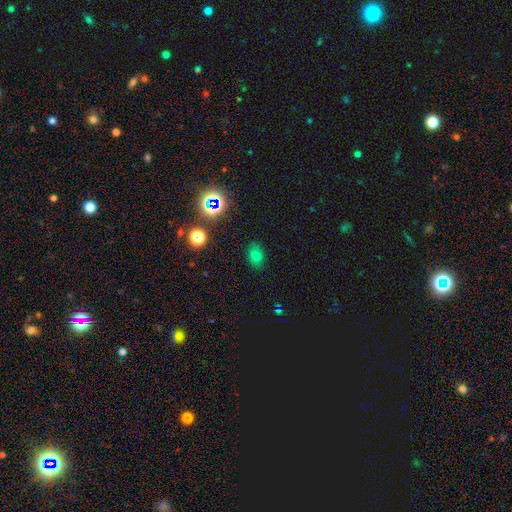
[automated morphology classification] smooth 67%, star or artifact 23%, featured or disk 10%. Down the decision tree: how rounded — in between (64%); merging — none (84%).